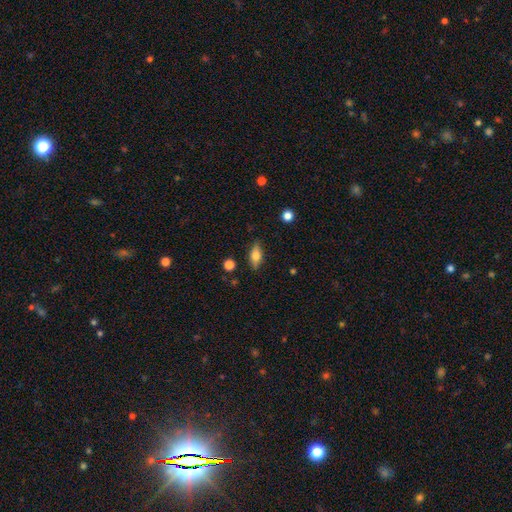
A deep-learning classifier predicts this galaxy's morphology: smooth 61%, featured or disk 31%, star or artifact 8%. Down the decision tree: how rounded — in between (73%); merging — none (84%).